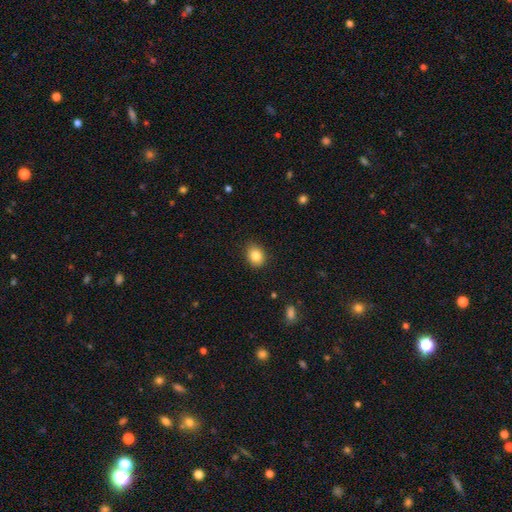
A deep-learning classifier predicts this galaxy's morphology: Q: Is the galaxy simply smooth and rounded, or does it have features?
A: smooth — 84%.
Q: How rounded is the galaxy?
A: round — 51%.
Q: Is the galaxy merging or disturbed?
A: none — 87%.